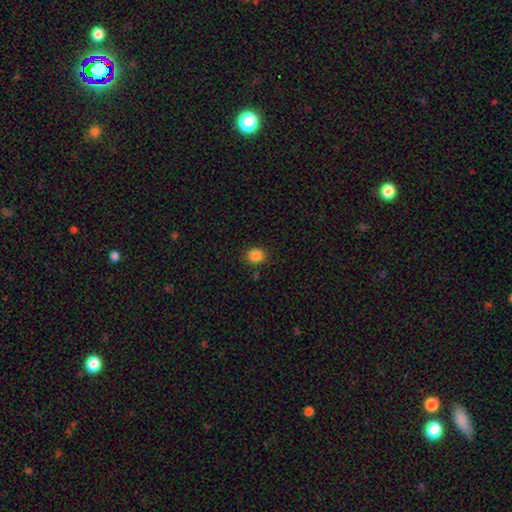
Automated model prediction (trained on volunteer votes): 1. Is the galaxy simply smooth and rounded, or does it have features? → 85% smooth, 11% star or artifact, 4% featured or disk.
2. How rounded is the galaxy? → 77% round, 22% in between, 1% cigar-shaped.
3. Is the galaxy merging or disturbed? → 87% none, 9% minor disturbance, 2% major disturbance, 2% merger.